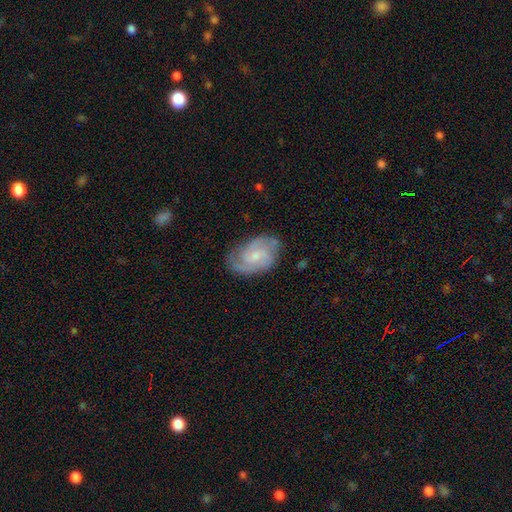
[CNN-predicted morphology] Smooth or featured? featured or disk (80%)
Edge-on disk? no (97%)
Bar? no (53%)
Spiral arms? yes (96%)
Spiral winding? medium (45%)
Spiral arm count? 2 (55%)
Bulge size? small (59%)
Merging? none (73%)